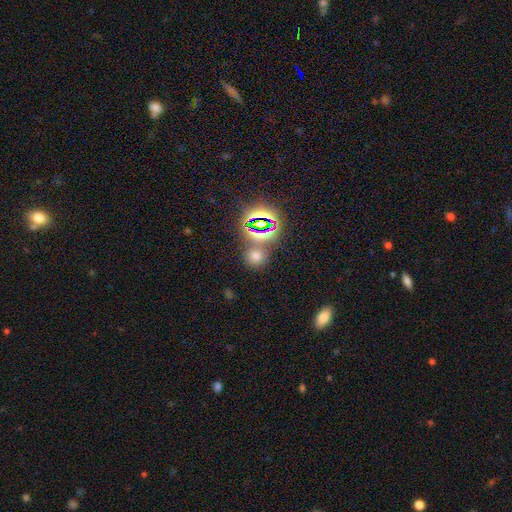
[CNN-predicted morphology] smooth_or_featured: smooth (p=0.56) [alt: star or artifact p=0.37]
how_rounded: round (p=0.82) [alt: in between p=0.17]
merging: none (p=0.71) [alt: merger p=0.16]